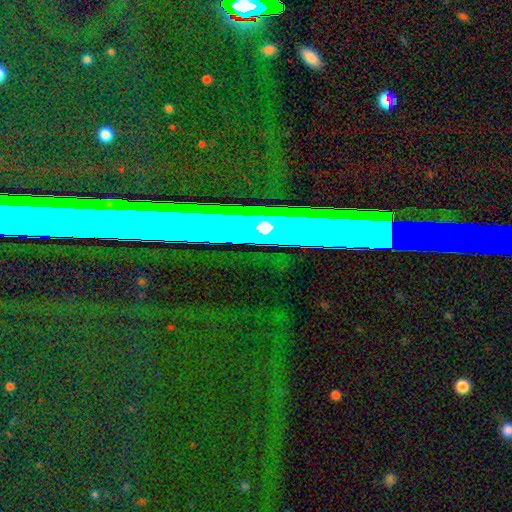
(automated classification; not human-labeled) Smooth or featured: star or artifact — 68% (featured or disk — 20%)